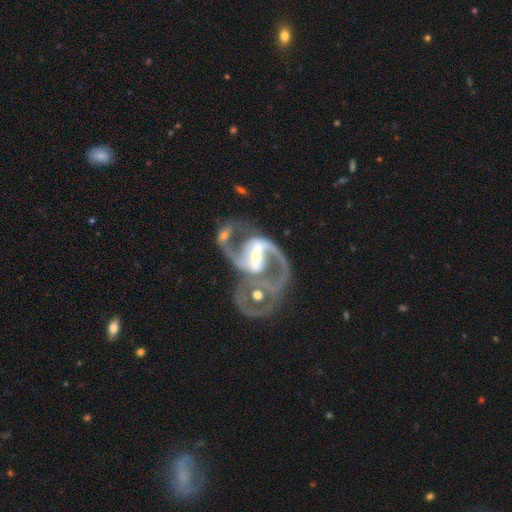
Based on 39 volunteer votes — A featured or disk galaxy (95%) with a strong bar (69%), 2 (100%) medium (59%) spiral arms (94%) and a small central bulge (47%). Merging: merger (58%).